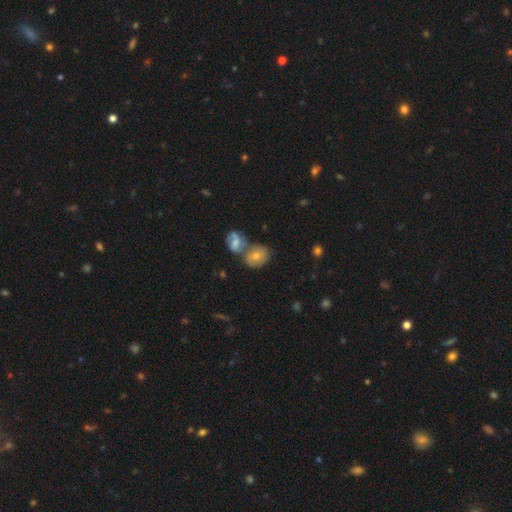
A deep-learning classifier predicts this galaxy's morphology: smooth_or_featured: smooth (p=0.55) [alt: featured or disk p=0.28]
how_rounded: in between (p=0.51) [alt: round p=0.47]
merging: none (p=0.43) [alt: merger p=0.42]